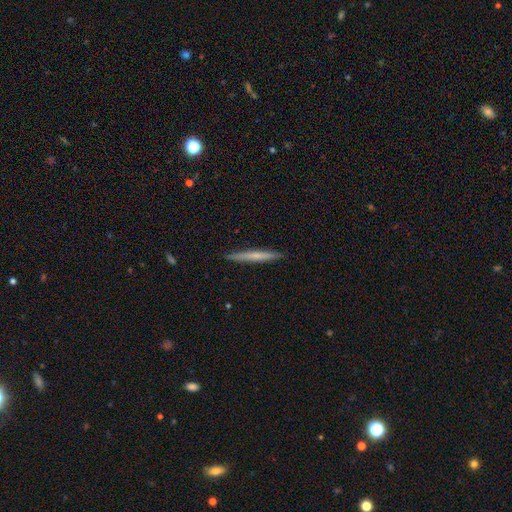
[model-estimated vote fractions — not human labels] smooth-or-featured: smooth: 52% | featured or disk: 42% | star or artifact: 6%
  how-rounded: cigar-shaped: 96% | in between: 2% | round: 1%
  merging: none: 91% | minor disturbance: 7% | major disturbance: 1% | merger: 1%